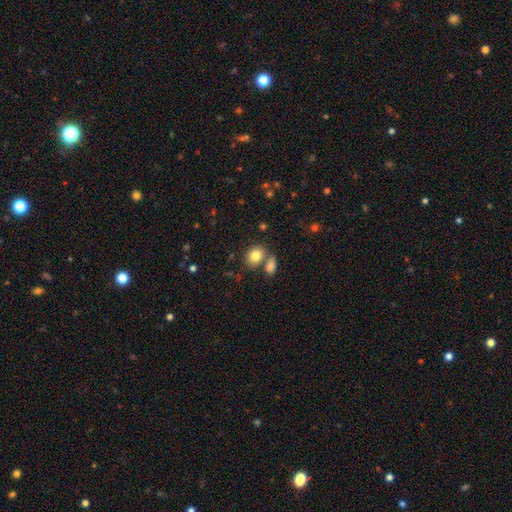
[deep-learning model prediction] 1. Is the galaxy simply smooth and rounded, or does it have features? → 82% smooth, 9% star or artifact, 9% featured or disk.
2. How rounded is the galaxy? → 54% in between, 45% round, 1% cigar-shaped.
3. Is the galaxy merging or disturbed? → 61% none, 24% merger, 11% minor disturbance, 4% major disturbance.